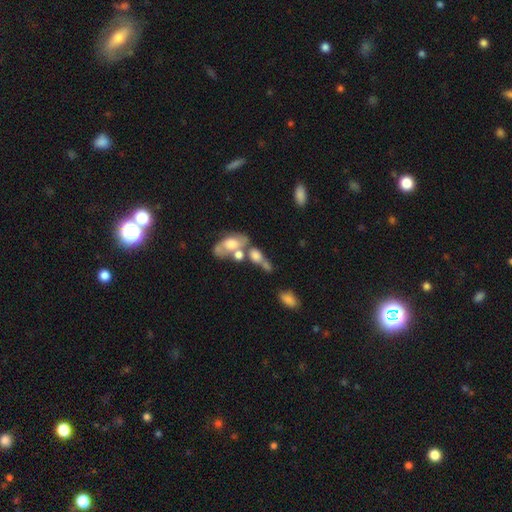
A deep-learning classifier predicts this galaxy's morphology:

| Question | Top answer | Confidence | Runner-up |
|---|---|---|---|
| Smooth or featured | smooth | 57% | featured or disk (31%) |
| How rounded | in between | 71% | round (21%) |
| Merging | merger | 51% | none (25%) |